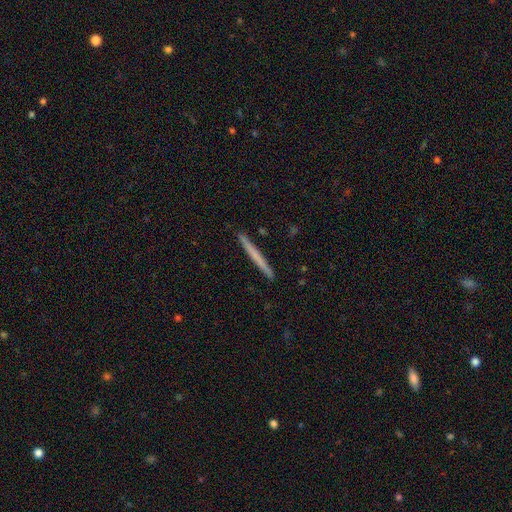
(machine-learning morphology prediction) Smooth or featured? smooth (58%)
How rounded? cigar-shaped (97%)
Merging? none (93%)